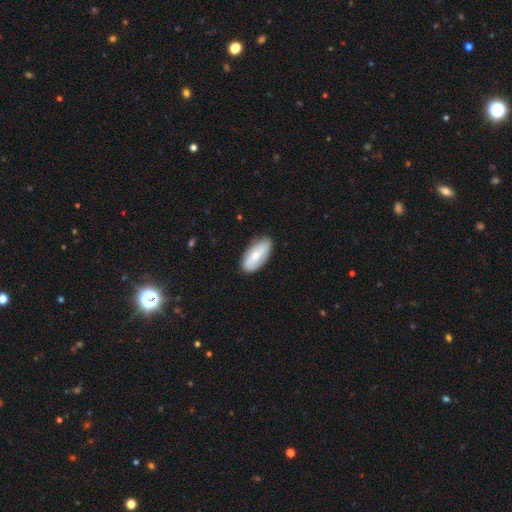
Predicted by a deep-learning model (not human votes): smooth_or_featured: smooth (p=0.69) [alt: featured or disk p=0.25]
how_rounded: in between (p=0.88) [alt: cigar-shaped p=0.10]
merging: none (p=0.81) [alt: minor disturbance p=0.15]